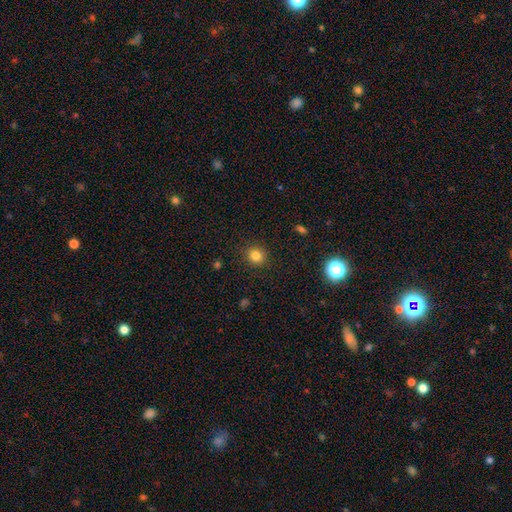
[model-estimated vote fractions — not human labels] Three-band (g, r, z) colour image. It shows a smooth galaxy with no disk features (82%) that is round (86%). Merging: none (89%).